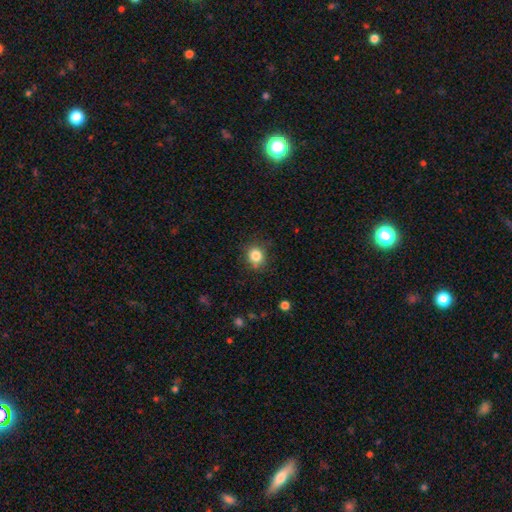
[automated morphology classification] smooth-or-featured: smooth: 84% | star or artifact: 11% | featured or disk: 5%
  how-rounded: round: 79% | in between: 20% | cigar-shaped: 1%
  merging: none: 81% | minor disturbance: 14% | major disturbance: 4% | merger: 2%